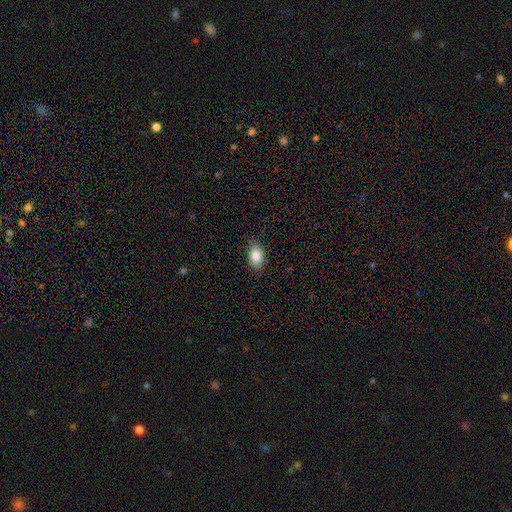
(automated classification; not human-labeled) Overall: smooth (85%). How rounded: in between (86%). Merging: none (80%).